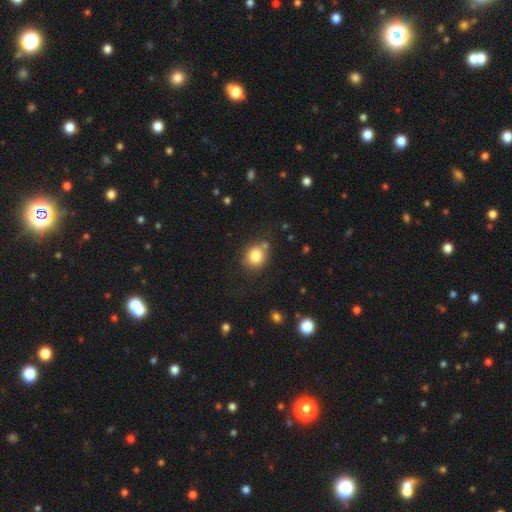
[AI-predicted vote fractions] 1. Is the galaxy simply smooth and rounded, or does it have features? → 81% smooth, 10% star or artifact, 9% featured or disk.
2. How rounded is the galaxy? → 73% round, 26% in between, 1% cigar-shaped.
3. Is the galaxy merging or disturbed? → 69% none, 16% minor disturbance, 11% merger, 5% major disturbance.